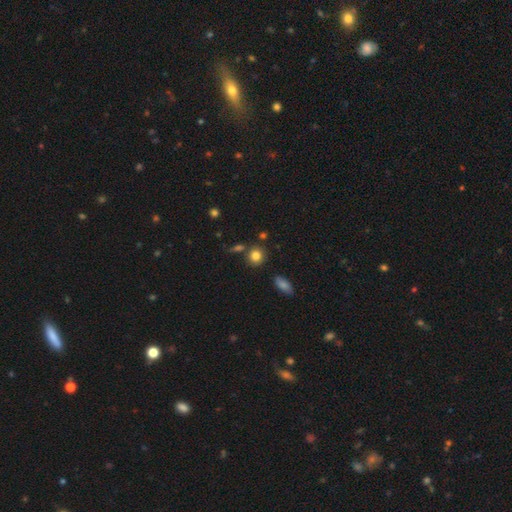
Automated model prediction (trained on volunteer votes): smooth 83%, star or artifact 10%, featured or disk 7%. Down the decision tree: how rounded — round (80%); merging — none (76%).